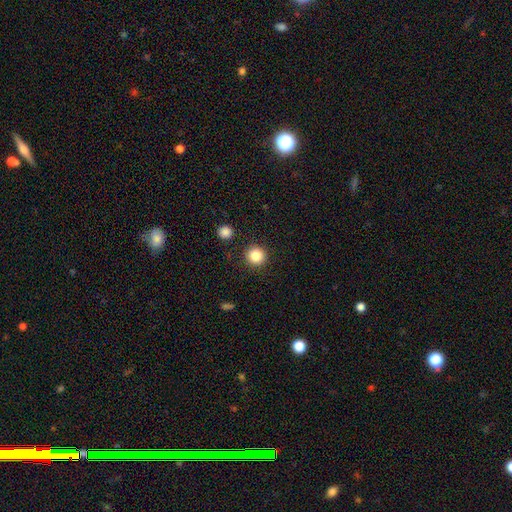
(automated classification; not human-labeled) Smooth or featured? Predicted: smooth (p=0.86). How rounded? Predicted: round (p=0.94). Merging? Predicted: none (p=0.90).